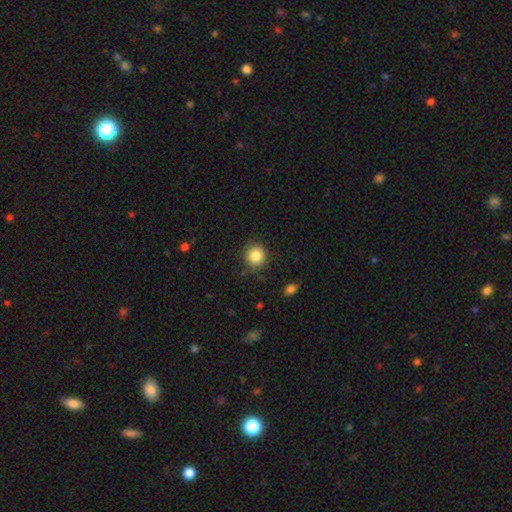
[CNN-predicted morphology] Overall: smooth (85%). How rounded: round (89%). Merging: none (87%).